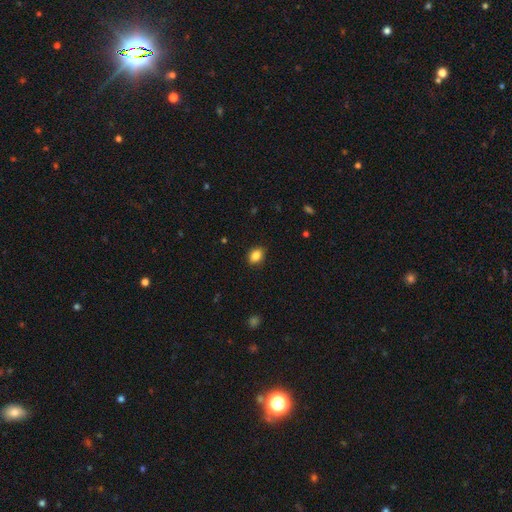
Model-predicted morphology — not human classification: type=smooth (86%); roundness=in between (66%); merging=none (86%).